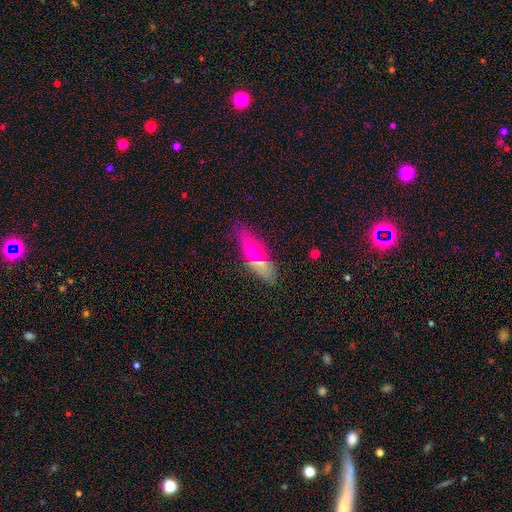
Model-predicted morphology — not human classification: This is possibly a smooth galaxy (55%). How rounded: possibly in between (50%). Merging: likely none (78%).